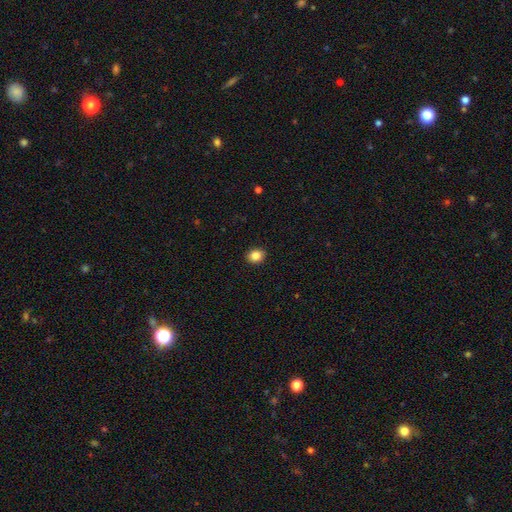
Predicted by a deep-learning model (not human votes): Smooth or featured? Predicted: smooth (p=0.85). How rounded? Predicted: round (p=0.59). Merging? Predicted: none (p=0.91).